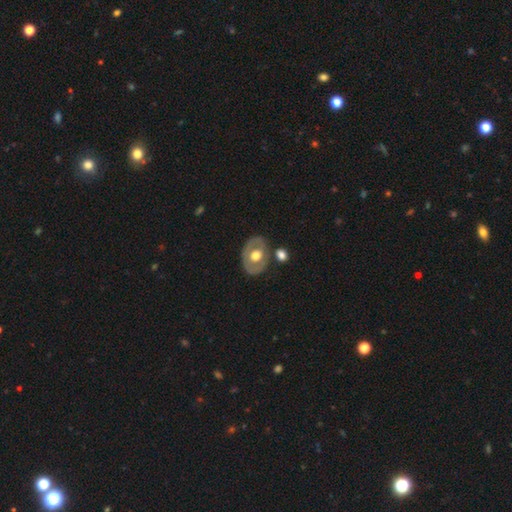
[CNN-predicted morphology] This appears to be a featured or disk galaxy (51%). Merging: none (73%).